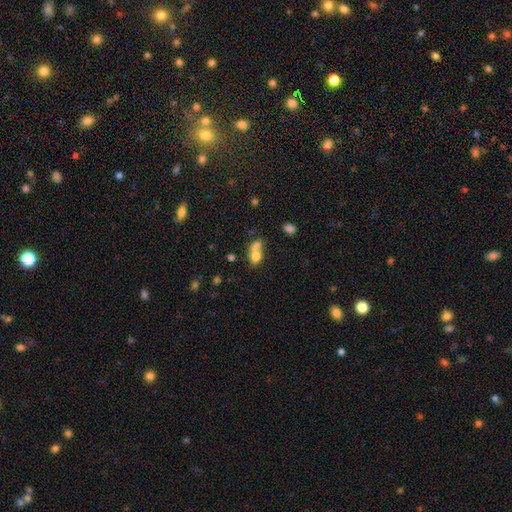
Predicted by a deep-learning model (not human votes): Smooth or featured? smooth (73%)
How rounded? in between (57%)
Merging? merger (65%)